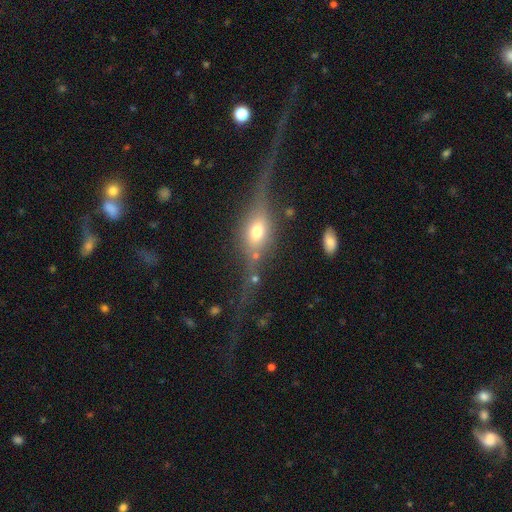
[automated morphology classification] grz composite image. It shows a featured or disk galaxy (83%) viewed edge-on (81%) with a rounded central bulge (93%). Merging: none (66%).